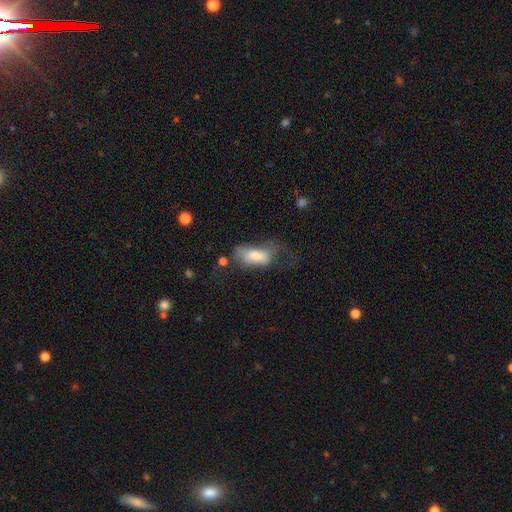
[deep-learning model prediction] Overall: smooth (65%; featured or disk 26%). How rounded: in between (85%). Merging: major disturbance (52%; minor disturbance 22%).